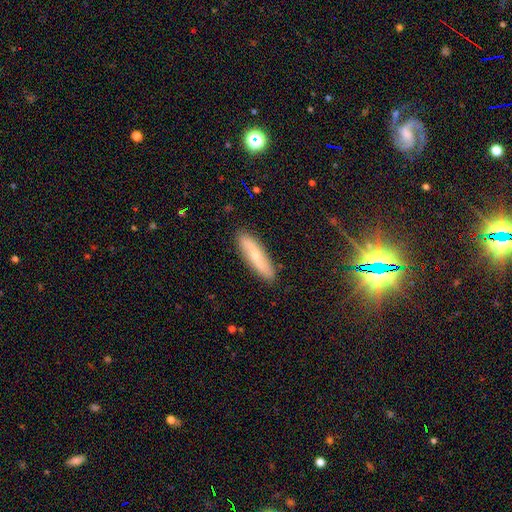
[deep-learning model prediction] Smooth or featured: smooth — 47% (featured or disk — 44%)
Merging: none — 88% (minor disturbance — 9%)